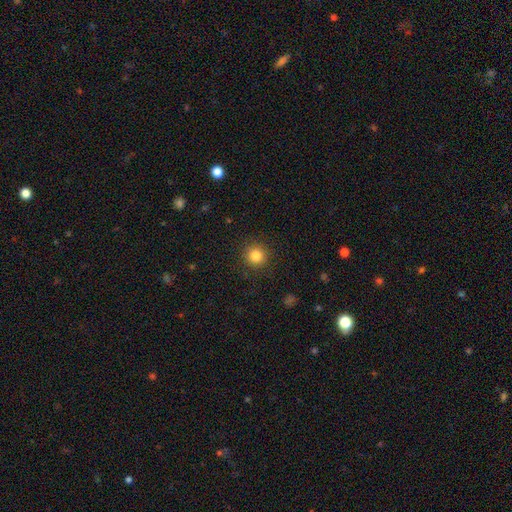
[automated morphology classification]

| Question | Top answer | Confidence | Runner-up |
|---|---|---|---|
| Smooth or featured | smooth | 84% | star or artifact (12%) |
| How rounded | round | 95% | in between (4%) |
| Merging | none | 91% | minor disturbance (6%) |